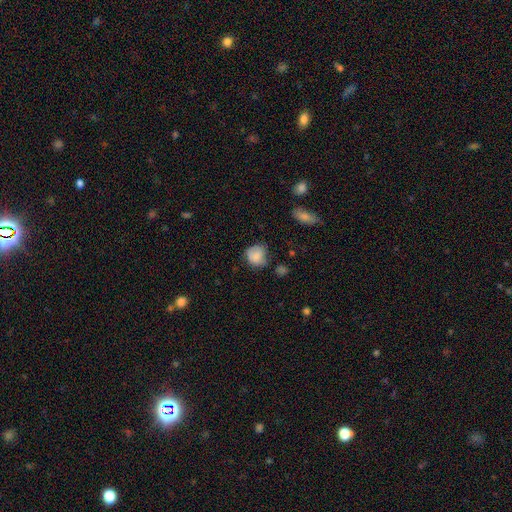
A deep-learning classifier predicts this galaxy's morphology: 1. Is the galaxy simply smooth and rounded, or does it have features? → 79% smooth, 12% featured or disk, 9% star or artifact.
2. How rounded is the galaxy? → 68% round, 31% in between, 1% cigar-shaped.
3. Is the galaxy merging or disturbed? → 52% none, 33% minor disturbance, 11% major disturbance, 4% merger.